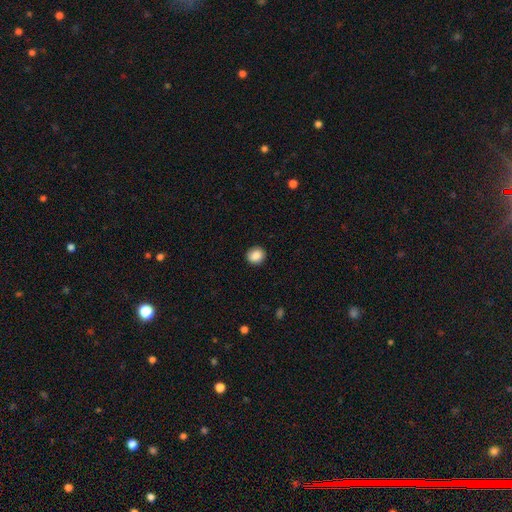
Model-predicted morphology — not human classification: smooth-or-featured: smooth: 88% | star or artifact: 9% | featured or disk: 4%
  how-rounded: round: 81% | in between: 18% | cigar-shaped: 1%
  merging: none: 90% | minor disturbance: 7% | major disturbance: 2% | merger: 1%